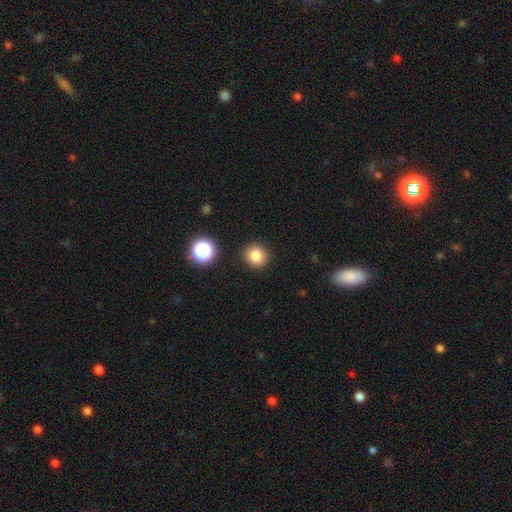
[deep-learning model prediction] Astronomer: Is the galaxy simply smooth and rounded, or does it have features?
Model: smooth — 82%.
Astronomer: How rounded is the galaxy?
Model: round — 91%.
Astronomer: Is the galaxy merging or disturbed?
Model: none — 90%.